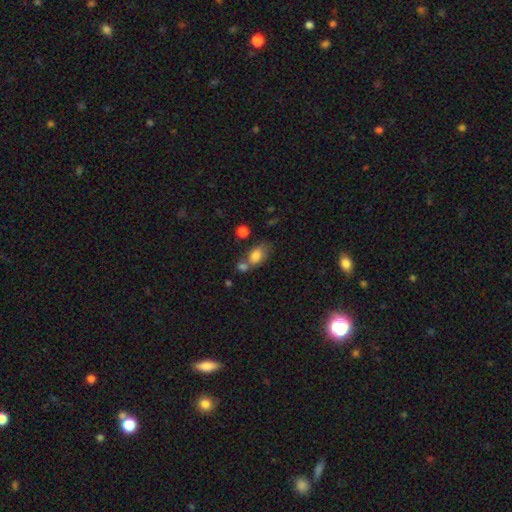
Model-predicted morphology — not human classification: smooth_or_featured: smooth (p=0.80) [alt: featured or disk p=0.11]
how_rounded: in between (p=0.82) [alt: round p=0.16]
merging: none (p=0.40) [alt: merger p=0.34]